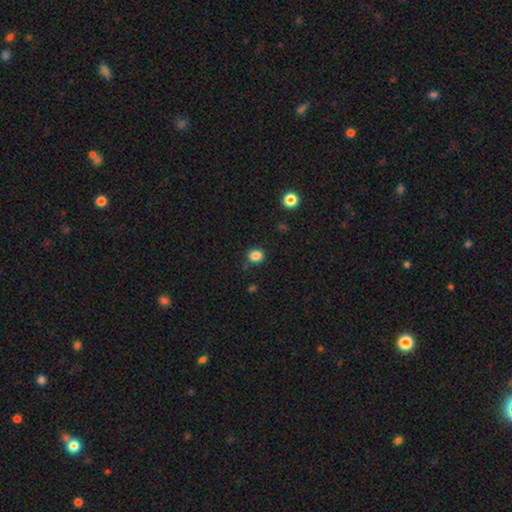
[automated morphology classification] Smooth or featured?
  - smooth: 85% *
  - star or artifact: 11%
  - featured or disk: 3%
How rounded?
  - round: 74% *
  - in between: 25%
  - cigar-shaped: 1%
Merging?
  - none: 84% *
  - minor disturbance: 10%
  - major disturbance: 3%
  - merger: 2%